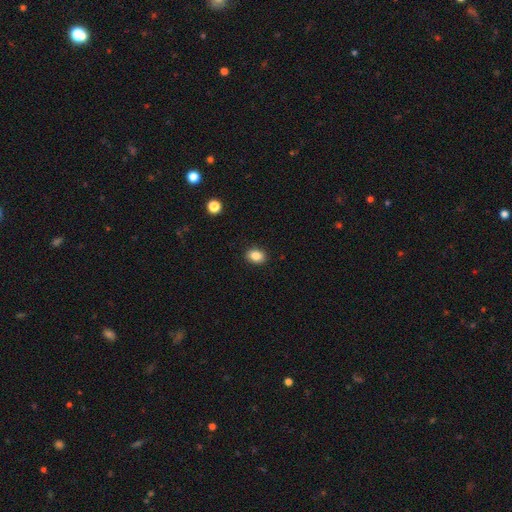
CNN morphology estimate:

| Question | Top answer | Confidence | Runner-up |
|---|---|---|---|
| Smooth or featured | smooth | 86% | star or artifact (9%) |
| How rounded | in between | 65% | round (34%) |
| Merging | none | 90% | minor disturbance (7%) |